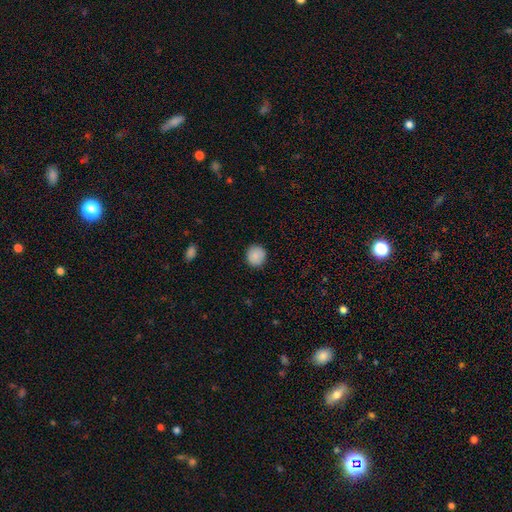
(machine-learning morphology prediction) smooth 88%, star or artifact 8%, featured or disk 4%. Down the decision tree: how rounded — round (91%); merging — none (90%).